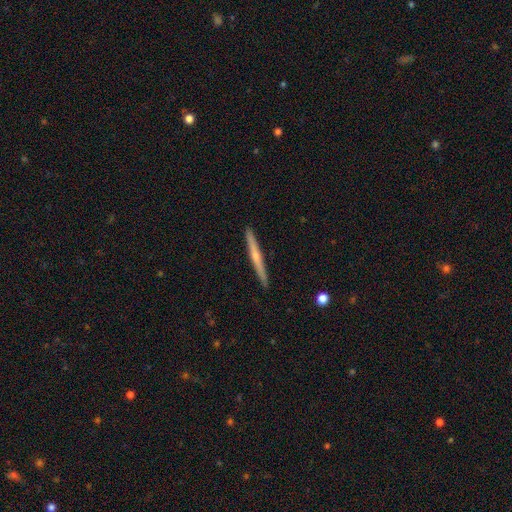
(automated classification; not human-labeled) smooth_or_featured: featured or disk (p=0.59) [alt: smooth p=0.35]
disk_edge_on: yes (p=0.98) [alt: no p=0.02]
edge_on_bulge: rounded (p=0.60) [alt: none p=0.36]
merging: none (p=0.92) [alt: minor disturbance p=0.06]